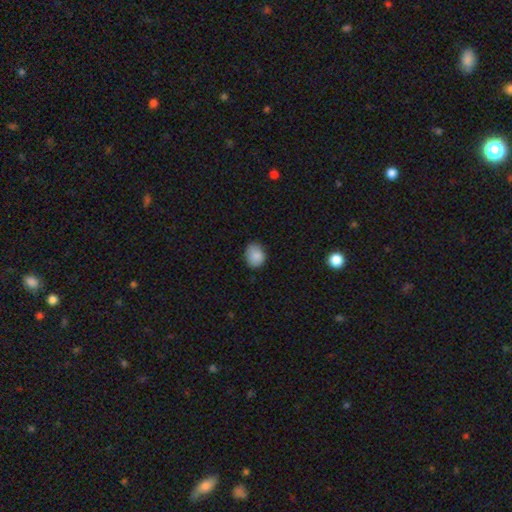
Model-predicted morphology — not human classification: smooth-or-featured: smooth: 87% | star or artifact: 8% | featured or disk: 4%
  how-rounded: round: 59% | in between: 40% | cigar-shaped: 1%
  merging: none: 79% | minor disturbance: 18% | major disturbance: 3% | merger: 1%